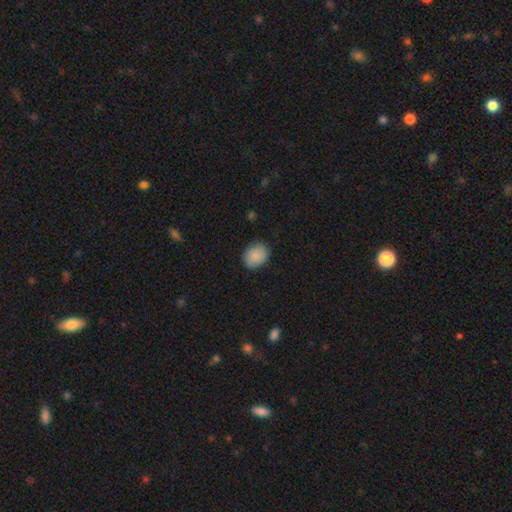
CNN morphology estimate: type=smooth (88%); roundness=round (51%); merging=none (85%).